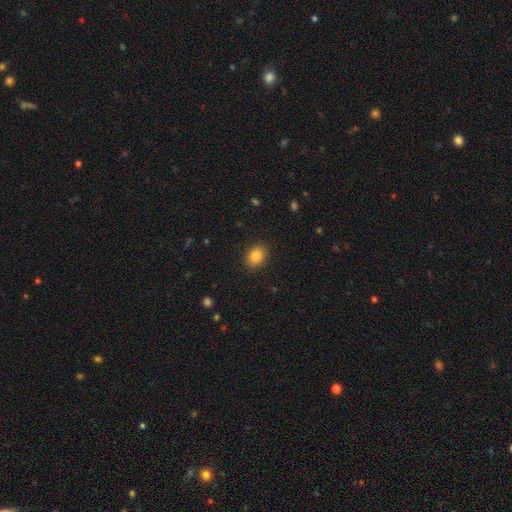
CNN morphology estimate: A smooth galaxy with no disk features (85%) that is in between round and cigar-shaped (65%). Merging: none (89%).